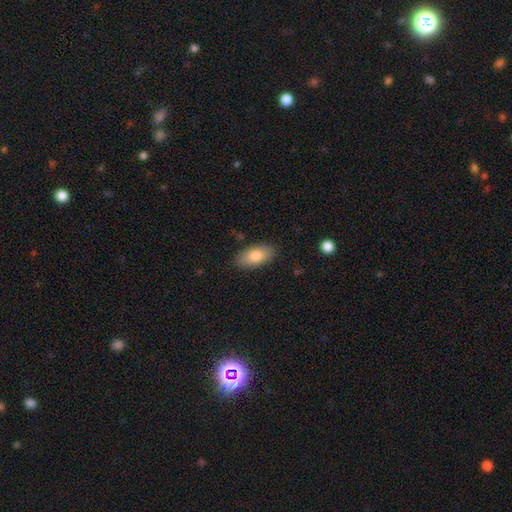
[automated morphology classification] This is clearly a smooth galaxy (80%). How rounded: clearly in between (91%). Merging: clearly none (86%).